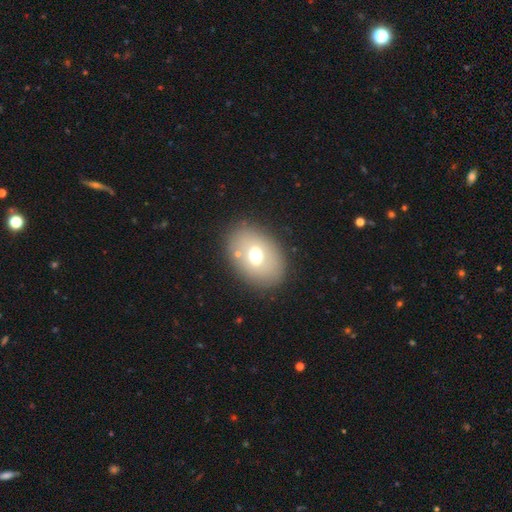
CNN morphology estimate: Overall: smooth (64%). How rounded: in between (74%). Merging: none (82%).